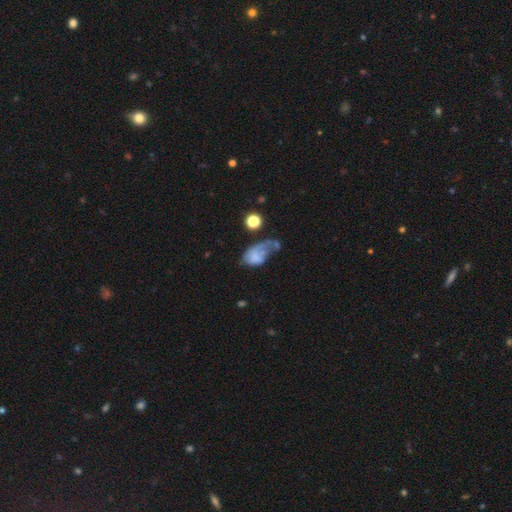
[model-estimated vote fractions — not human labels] Morphology: type=smooth (52%); roundness=in between (84%); merging=major disturbance (48%).